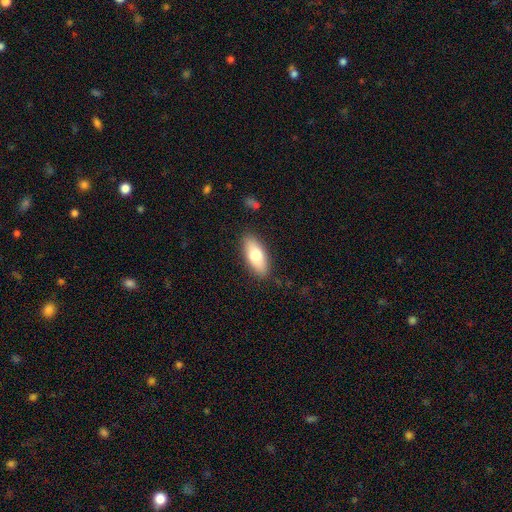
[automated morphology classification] This appears to be a smooth galaxy with no disk features (73%) that is in between round and cigar-shaped (79%). Merging: none (87%).